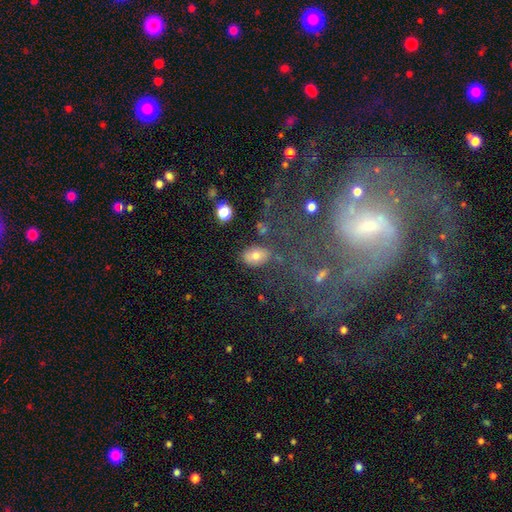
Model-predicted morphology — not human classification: smooth-or-featured: smooth: 70% | featured or disk: 17% | star or artifact: 13%
  how-rounded: in between: 84% | round: 14% | cigar-shaped: 2%
  merging: none: 74% | minor disturbance: 15% | major disturbance: 6% | merger: 5%